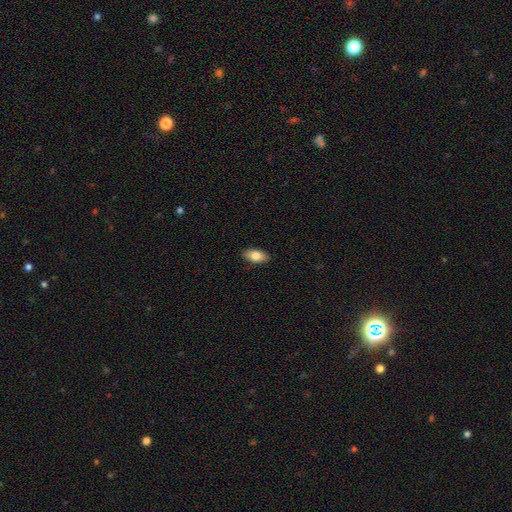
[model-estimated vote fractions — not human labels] This appears to be a smooth galaxy with no disk features (81%) that is in between round and cigar-shaped (91%). Merging: none (89%).